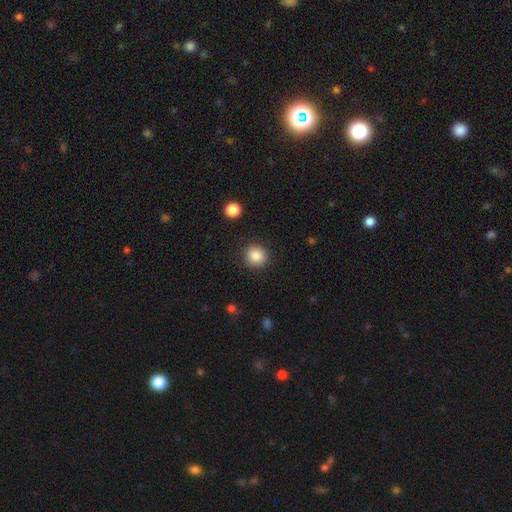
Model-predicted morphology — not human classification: A smooth galaxy with no disk features (86%) that is round (91%).

Vote fractions:
- Smooth or featured? smooth: 86% / star or artifact: 9% / featured or disk: 4%
- How rounded? round: 91% / in between: 8% / cigar-shaped: 1%
- Merging? none: 90% / minor disturbance: 7% / major disturbance: 2% / merger: 1%